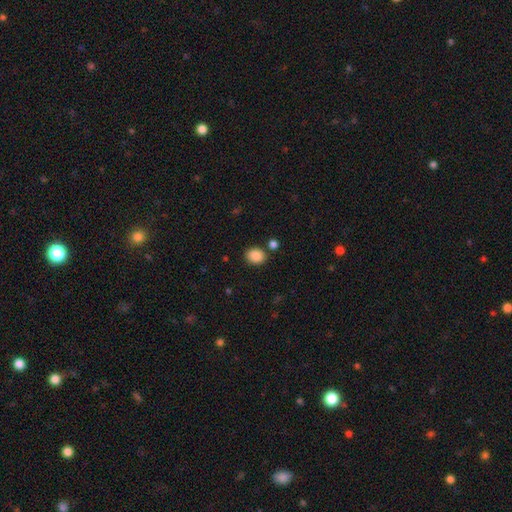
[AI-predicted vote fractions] smooth 88%, star or artifact 9%, featured or disk 4%. Down the decision tree: how rounded — round (53%); merging — none (81%).